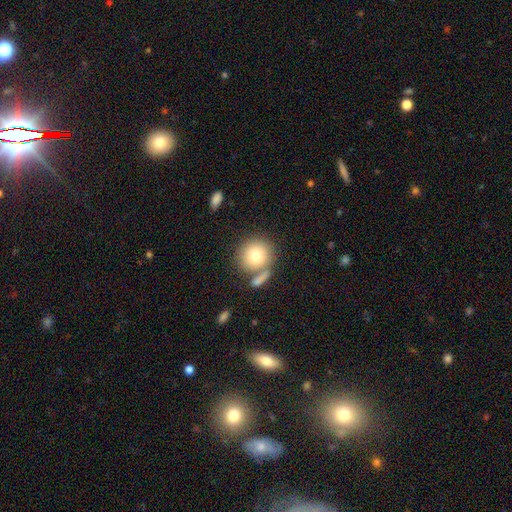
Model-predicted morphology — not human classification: The model was most divided on "merging": none: 61%, merger: 23%, minor disturbance: 11%, major disturbance: 5%. More confident: how rounded — round (88%); smooth or featured — smooth (78%).